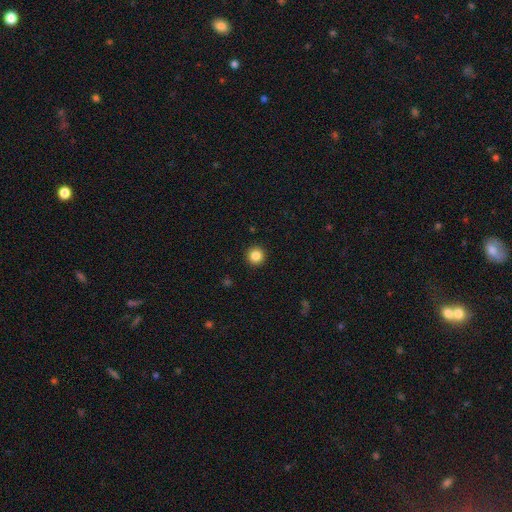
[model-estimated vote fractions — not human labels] smooth 85%, star or artifact 11%, featured or disk 4%. Down the decision tree: how rounded — round (96%); merging — none (94%).